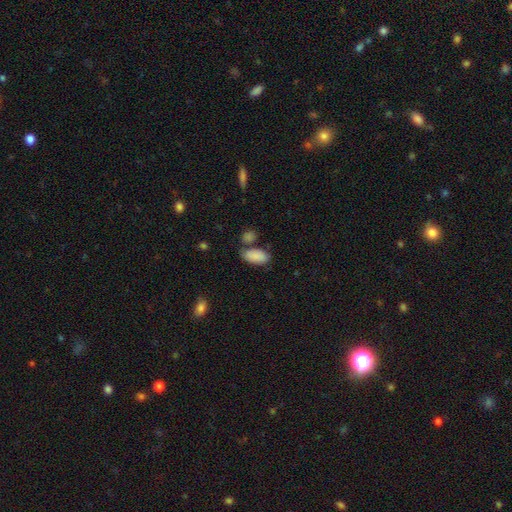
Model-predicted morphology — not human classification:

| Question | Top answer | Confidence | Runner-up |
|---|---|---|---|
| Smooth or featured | smooth | 87% | star or artifact (7%) |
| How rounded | in between | 94% | cigar-shaped (3%) |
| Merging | none | 64% | merger (16%) |